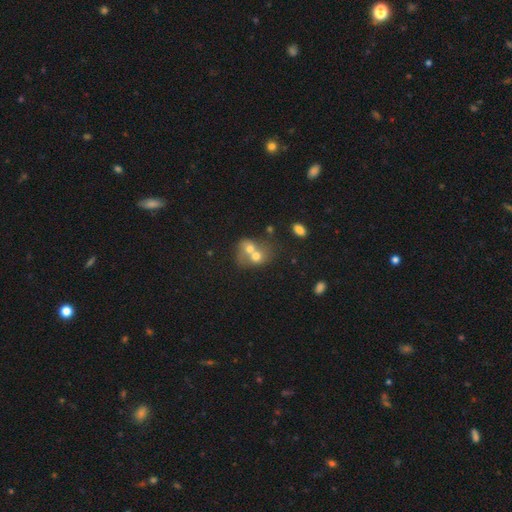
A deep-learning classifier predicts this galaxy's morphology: type=smooth (62%); roundness=round (56%); merging=merger (76%).